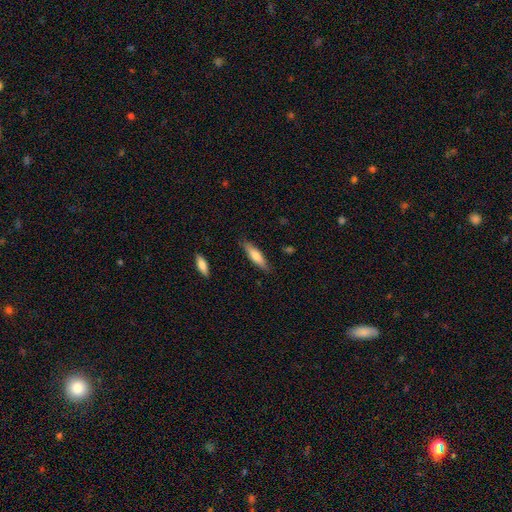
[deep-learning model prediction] Smooth or featured?
  - smooth: 70% *
  - featured or disk: 24%
  - star or artifact: 6%
How rounded?
  - cigar-shaped: 70% *
  - in between: 29%
  - round: 1%
Merging?
  - none: 85% *
  - minor disturbance: 11%
  - major disturbance: 2%
  - merger: 2%